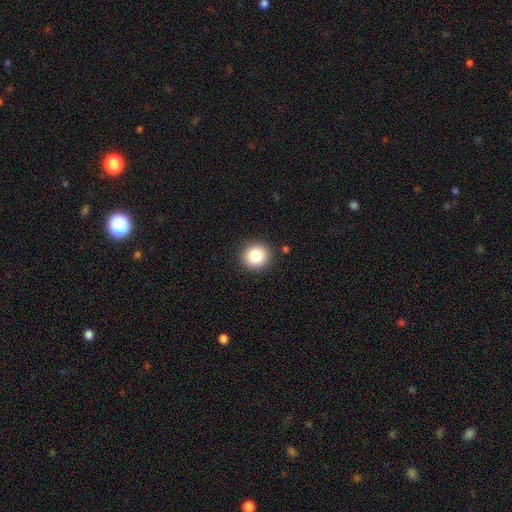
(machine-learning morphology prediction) type=smooth (84%); roundness=round (91%); merging=none (90%).